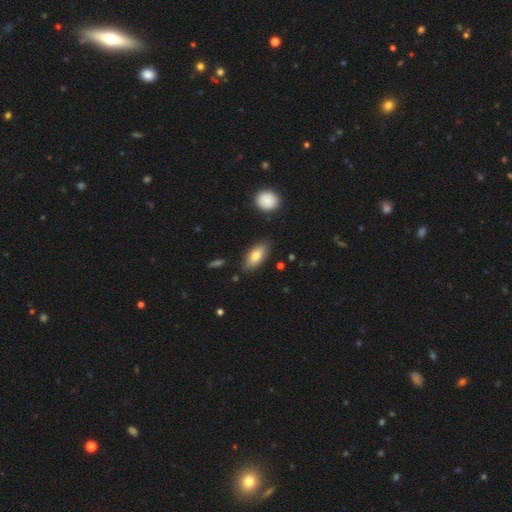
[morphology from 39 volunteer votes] Smooth or featured? smooth (74%)
How rounded? in between (100%)
Merging? none (89%)